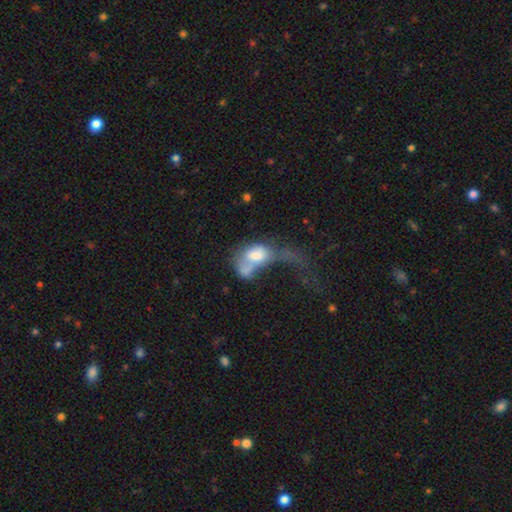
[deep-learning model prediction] A smooth galaxy with no disk features (57%) that is in between round and cigar-shaped (80%).

Vote fractions:
- Smooth or featured? smooth: 57% / featured or disk: 33% / star or artifact: 10%
- How rounded? in between: 80% / round: 16% / cigar-shaped: 4%
- Merging? merger: 48% / major disturbance: 36% / none: 9% / minor disturbance: 7%